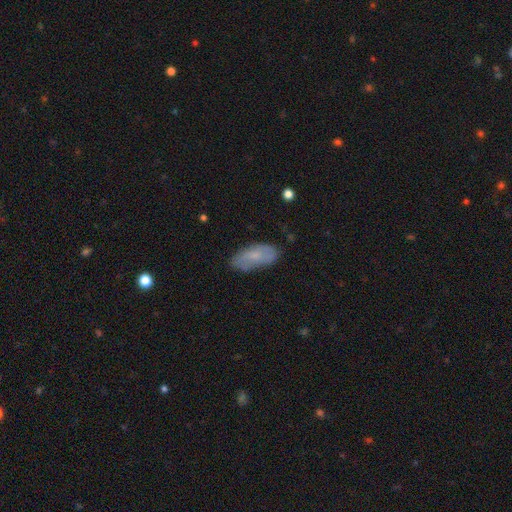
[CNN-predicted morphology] This appears to be a smooth galaxy with no disk features (68%) that is in between round and cigar-shaped (85%). Merging: none (75%).